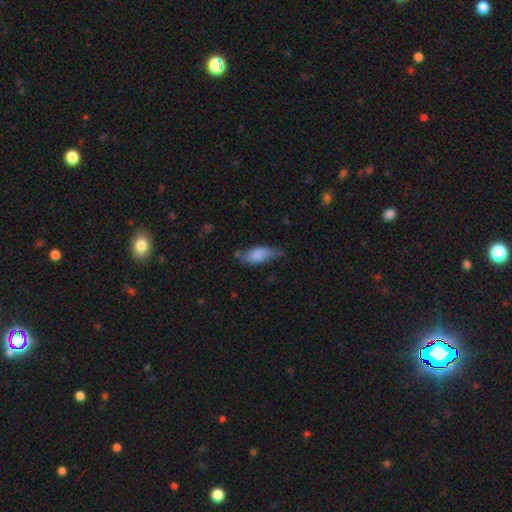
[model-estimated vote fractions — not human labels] smooth 80%, featured or disk 13%, star or artifact 7%. Down the decision tree: how rounded — in between (75%); merging — none (61%).